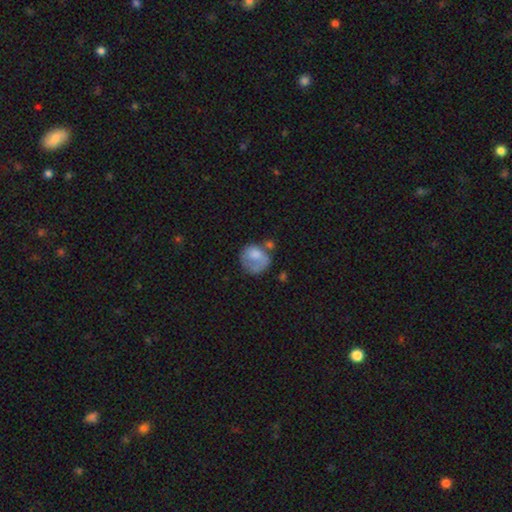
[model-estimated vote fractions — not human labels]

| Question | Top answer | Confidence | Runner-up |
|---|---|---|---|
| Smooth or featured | smooth | 66% | featured or disk (26%) |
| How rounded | round | 73% | in between (26%) |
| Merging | none | 39% | major disturbance (27%) |